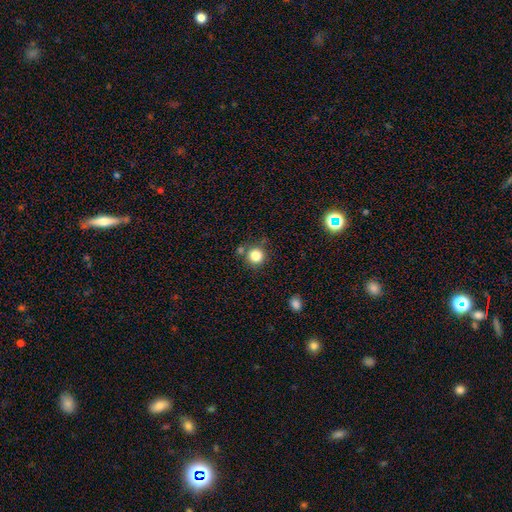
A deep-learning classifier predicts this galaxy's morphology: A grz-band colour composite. It shows a smooth galaxy with no disk features (84%) that is round (93%). Merging: none (77%).